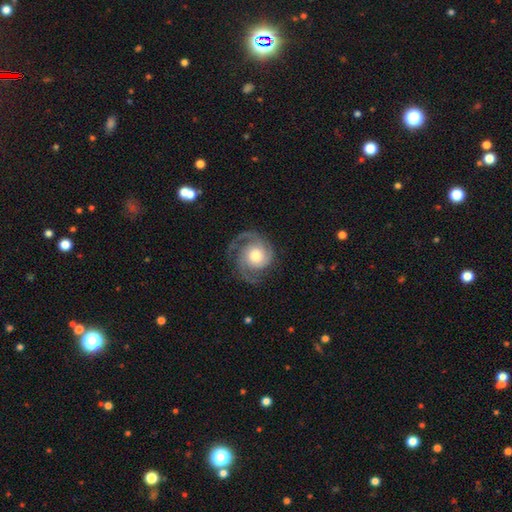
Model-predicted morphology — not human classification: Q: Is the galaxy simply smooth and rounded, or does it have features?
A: featured or disk — 87%.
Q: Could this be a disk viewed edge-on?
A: no — 98%.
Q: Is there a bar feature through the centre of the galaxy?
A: no — 77%.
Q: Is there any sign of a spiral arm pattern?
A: yes — 97%.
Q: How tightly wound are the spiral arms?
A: tight — 50%.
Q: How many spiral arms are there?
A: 2 — 48%.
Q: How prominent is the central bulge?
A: moderate — 55%.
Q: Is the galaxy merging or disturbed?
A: none — 74%.